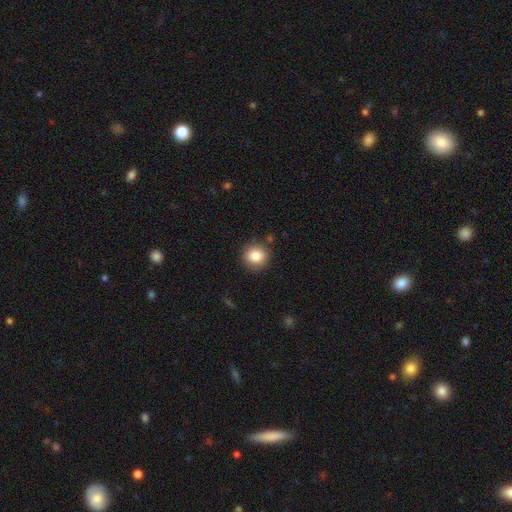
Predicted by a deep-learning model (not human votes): smooth 84%, star or artifact 10%, featured or disk 6%. Down the decision tree: how rounded — round (91%); merging — none (88%).